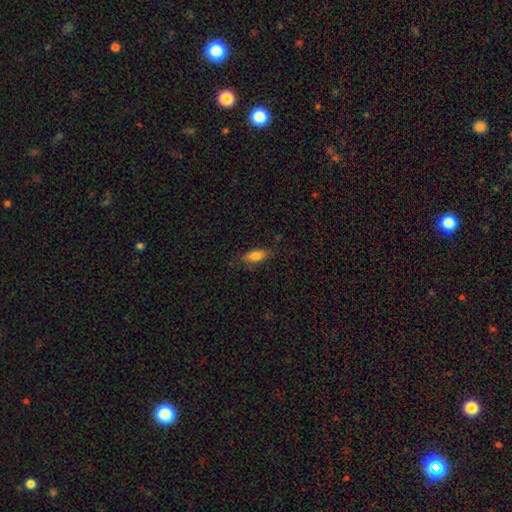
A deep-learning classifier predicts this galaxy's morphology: The model was most divided on "merging": none: 76%, minor disturbance: 18%, major disturbance: 4%, merger: 1%. More confident: smooth or featured — smooth (82%); how rounded — in between (79%).